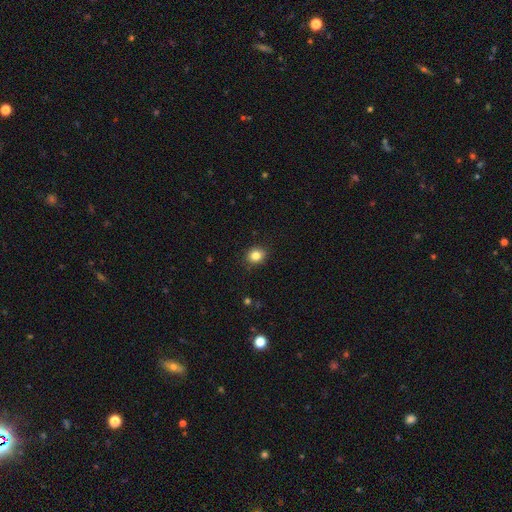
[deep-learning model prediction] This appears to be a smooth galaxy with no disk features (83%) that is round (71%). Merging: none (88%).